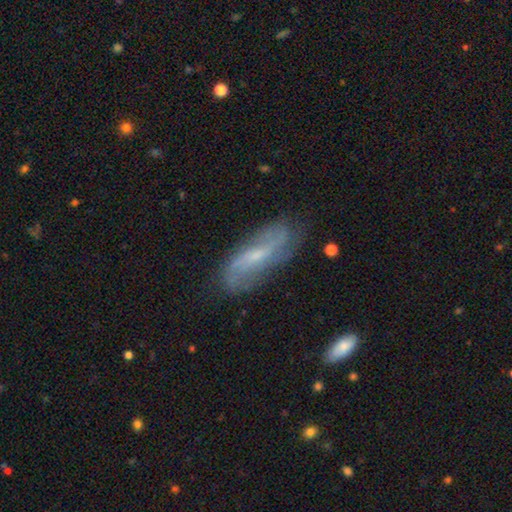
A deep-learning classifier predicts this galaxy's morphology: featured or disk 69%, smooth 23%, star or artifact 8%. Down the decision tree: edge-on disk — no (84%); bar — weak (48%); spiral arms — yes (88%); spiral arm count — 2 (66%); spiral winding — loose (53%); bulge size — small (62%); merging — none (71%).